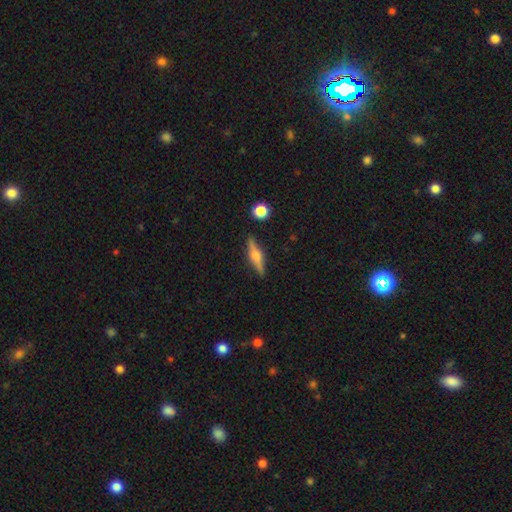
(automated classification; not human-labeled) smooth-or-featured: featured or disk: 68% | smooth: 25% | star or artifact: 7%
  disk-edge-on: yes: 97% | no: 3%
    edge-on-bulge: rounded: 92% | boxy: 6% | none: 2%
  merging: none: 89% | minor disturbance: 8% | merger: 2% | major disturbance: 2%